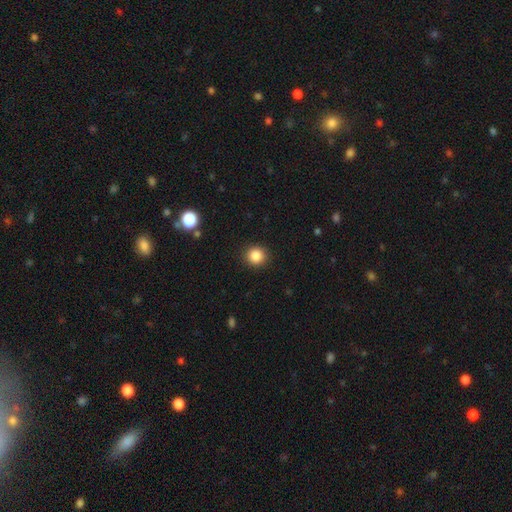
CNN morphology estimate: Smooth or featured? smooth (85%)
How rounded? round (90%)
Merging? none (91%)